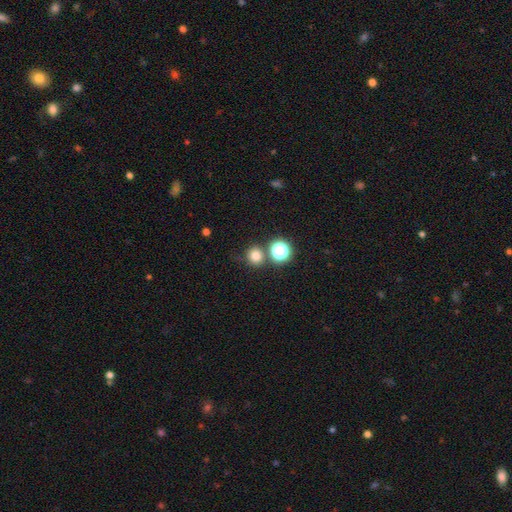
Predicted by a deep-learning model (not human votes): Smooth or featured? Predicted: smooth (p=0.77). How rounded? Predicted: round (p=0.88). Merging? Predicted: none (p=0.73).